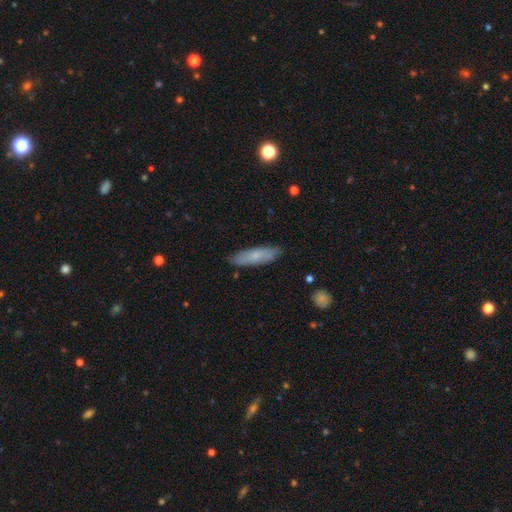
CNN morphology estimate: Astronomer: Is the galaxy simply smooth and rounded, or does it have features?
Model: smooth — 70%.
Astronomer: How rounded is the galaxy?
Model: cigar-shaped — 65%.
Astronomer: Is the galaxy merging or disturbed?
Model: none — 84%.